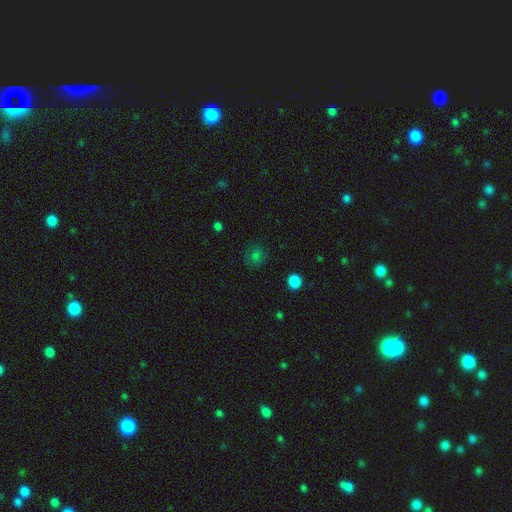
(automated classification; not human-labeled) Smooth or featured? Predicted: smooth (p=0.70). How rounded? Predicted: round (p=0.82). Merging? Predicted: none (p=0.82).